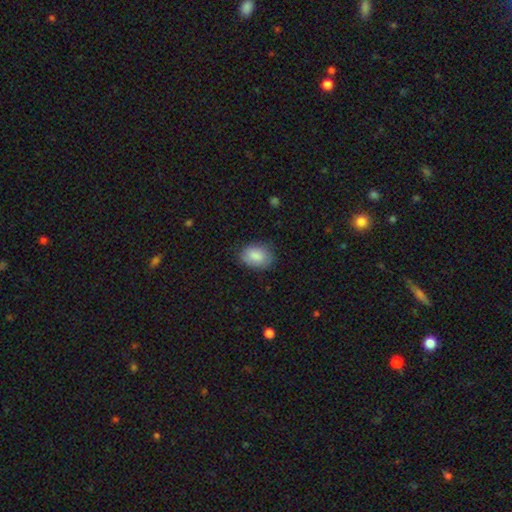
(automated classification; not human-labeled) Overall: smooth (86%). How rounded: in between (76%). Merging: none (79%).